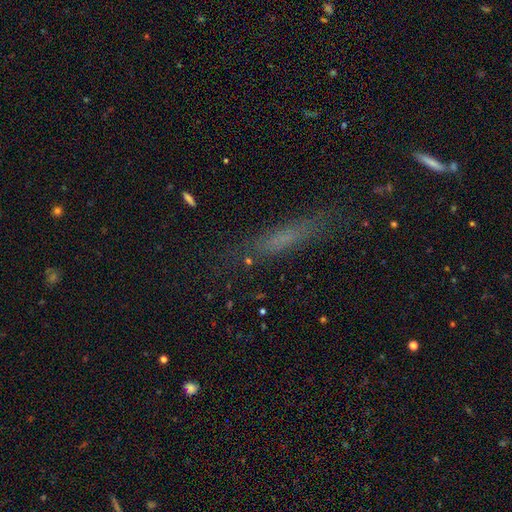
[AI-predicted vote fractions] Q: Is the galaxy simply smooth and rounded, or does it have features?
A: smooth — 46%.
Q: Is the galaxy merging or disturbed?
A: none — 77%.